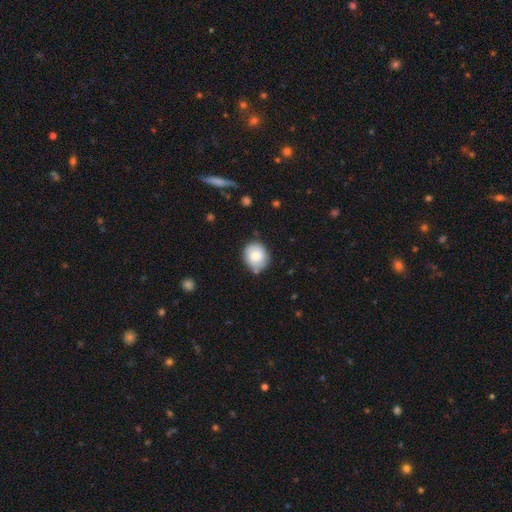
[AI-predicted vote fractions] Smooth or featured? Predicted: smooth (p=0.76). How rounded? Predicted: round (p=0.73). Merging? Predicted: none (p=0.76).